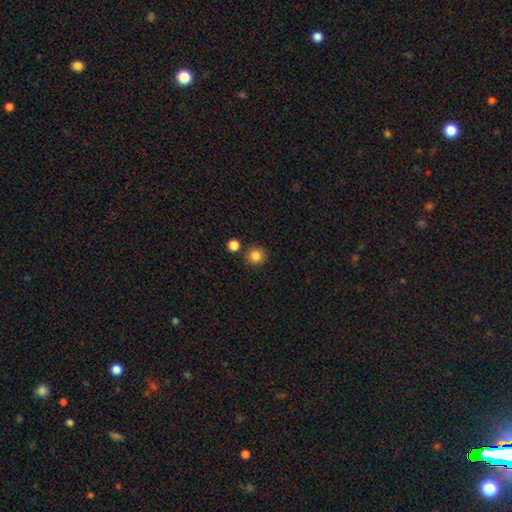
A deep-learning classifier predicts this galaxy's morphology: Overall: smooth (84%). How rounded: round (92%). Merging: none (84%).